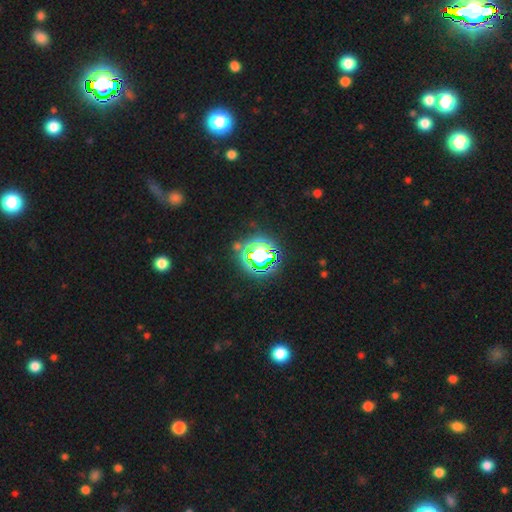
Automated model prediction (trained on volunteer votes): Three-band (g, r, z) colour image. It shows a star or artifact, not a galaxy (76%).